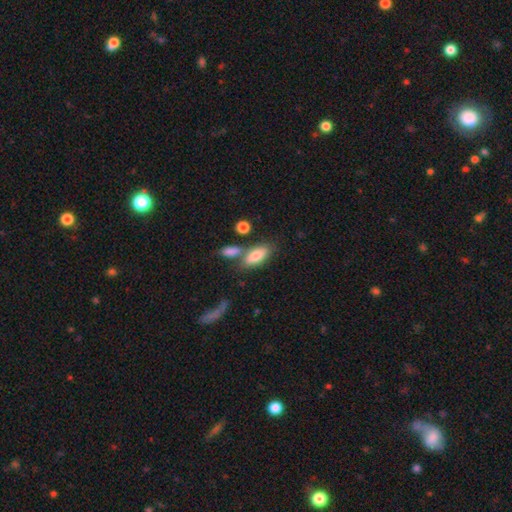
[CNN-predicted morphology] A smooth galaxy with no disk features (77%) that is in between round and cigar-shaped (81%). Merging: none (56%).